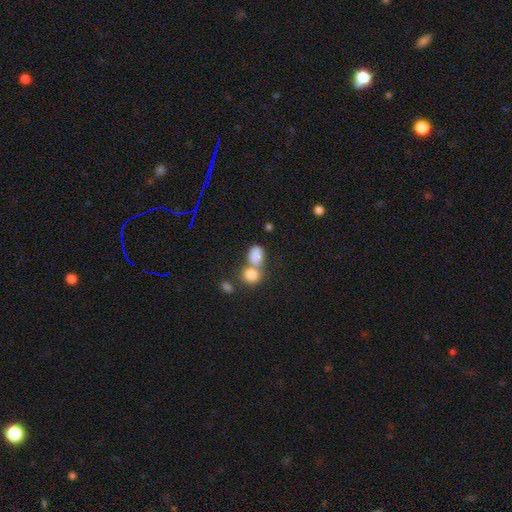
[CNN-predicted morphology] Smooth or featured? Predicted: smooth (p=0.82). How rounded? Predicted: in between (p=0.65). Merging? Predicted: merger (p=0.51).